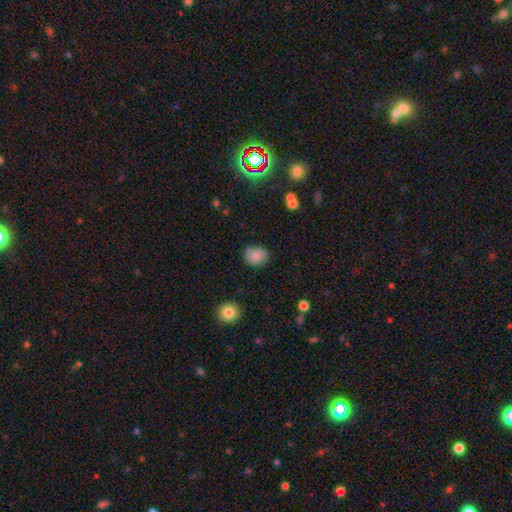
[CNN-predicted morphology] Smooth or featured? smooth (79%)
How rounded? round (56%)
Merging? none (68%)